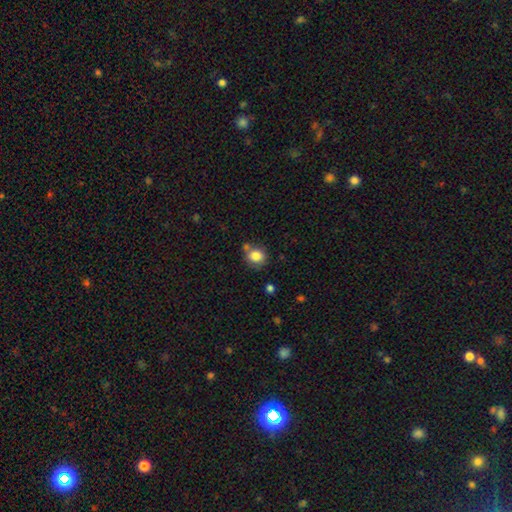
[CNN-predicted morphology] smooth_or_featured: smooth (p=0.83) [alt: star or artifact p=0.10]
how_rounded: round (p=0.82) [alt: in between p=0.17]
merging: none (p=0.66) [alt: merger p=0.15]